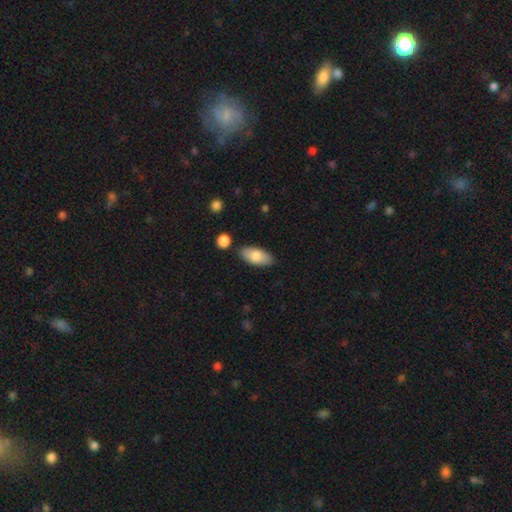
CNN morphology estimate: smooth_or_featured: smooth (p=0.81) [alt: featured or disk p=0.13]
how_rounded: in between (p=0.89) [alt: cigar-shaped p=0.09]
merging: none (p=0.80) [alt: minor disturbance p=0.13]